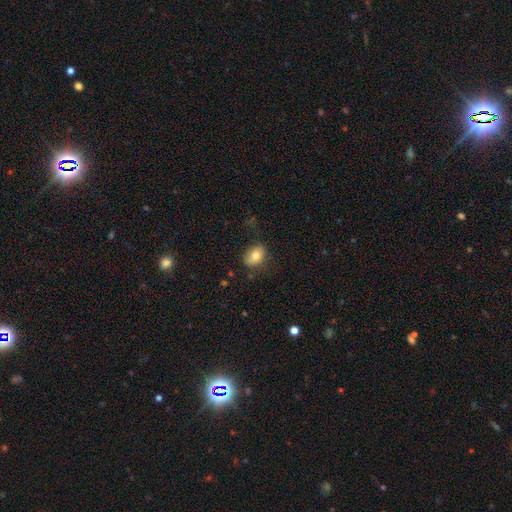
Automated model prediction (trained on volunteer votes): Smooth or featured?
  - smooth: 77% *
  - featured or disk: 14%
  - star or artifact: 9%
How rounded?
  - in between: 72% *
  - round: 26%
  - cigar-shaped: 1%
Merging?
  - none: 73% *
  - minor disturbance: 20%
  - major disturbance: 5%
  - merger: 2%